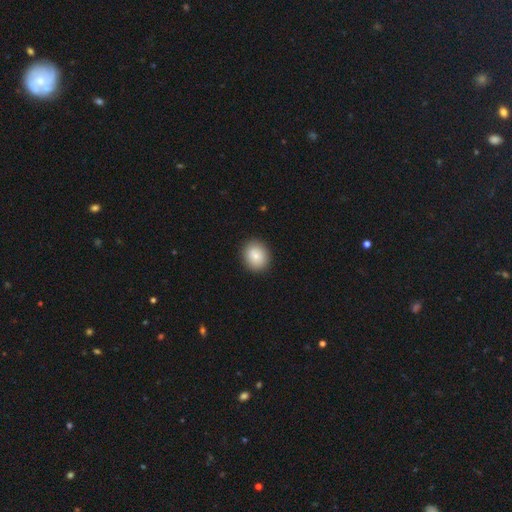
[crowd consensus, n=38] Morphology: type=smooth (79%); roundness=round (70%); merging=none (81%).